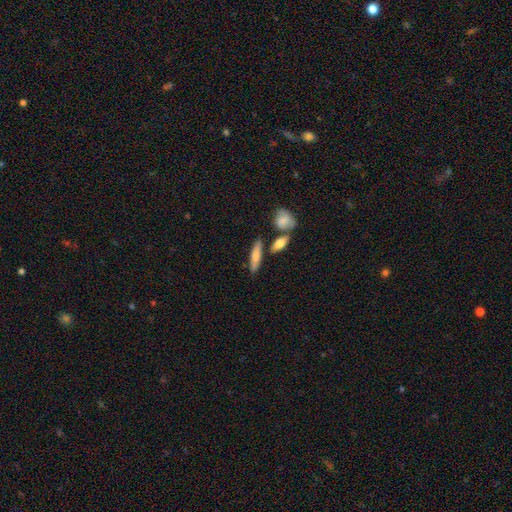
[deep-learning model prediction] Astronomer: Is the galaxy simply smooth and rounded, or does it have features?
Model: smooth — 65%.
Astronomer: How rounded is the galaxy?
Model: cigar-shaped — 66%.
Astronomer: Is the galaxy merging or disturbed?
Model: none — 73%.